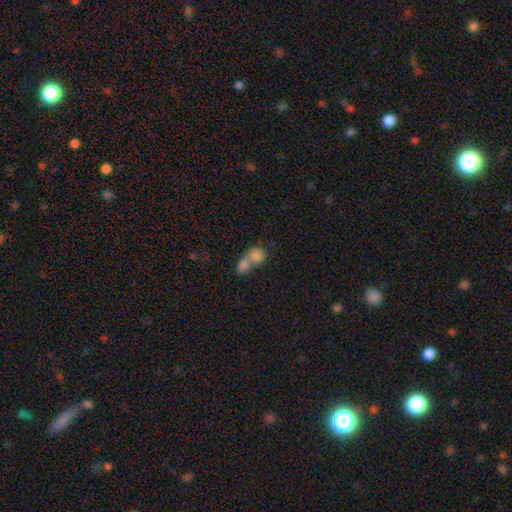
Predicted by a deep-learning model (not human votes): Overall: smooth (80%). How rounded: round (60%; in between 38%). Merging: merger (75%).